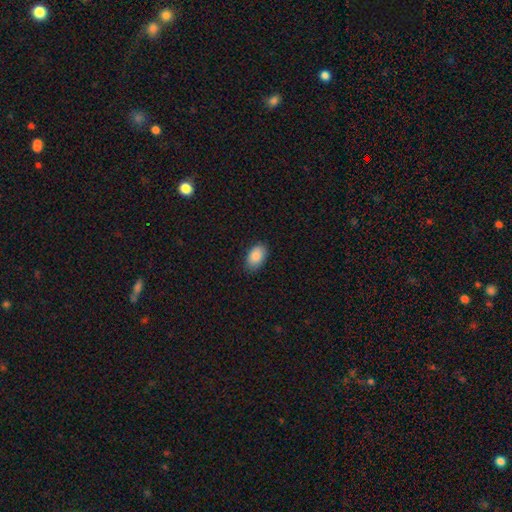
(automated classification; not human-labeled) Overall: smooth (88%). How rounded: in between (92%). Merging: none (85%).